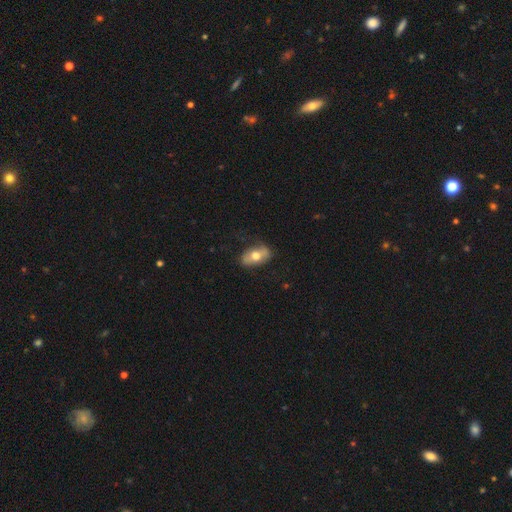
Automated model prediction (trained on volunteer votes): The model was most divided on "smooth or featured": smooth: 60%, featured or disk: 34%, star or artifact: 7%. More confident: how rounded — in between (88%); merging — none (73%).